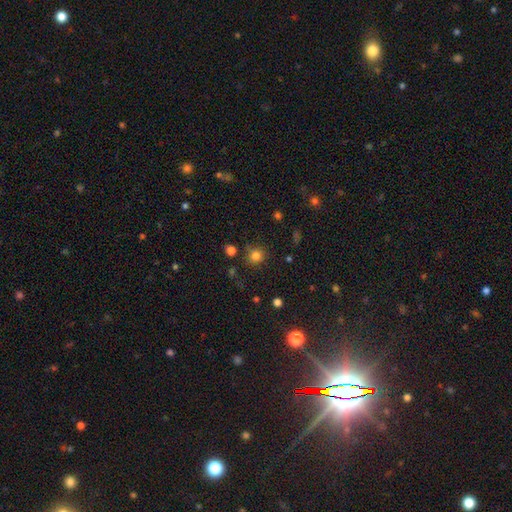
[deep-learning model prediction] Morphology: type=smooth (81%); roundness=round (91%); merging=none (83%).